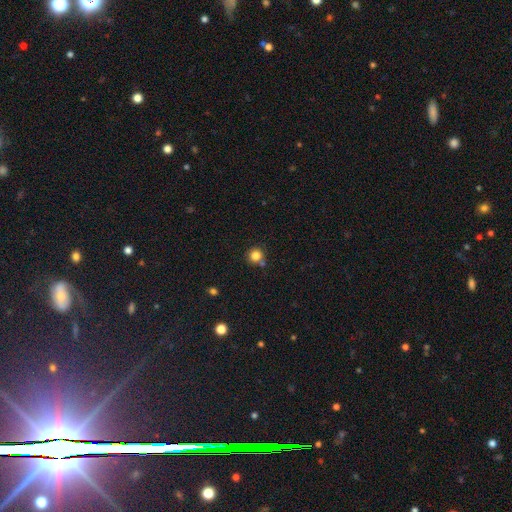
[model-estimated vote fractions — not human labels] Smooth or featured? Predicted: smooth (p=0.82). How rounded? Predicted: round (p=0.93). Merging? Predicted: none (p=0.76).